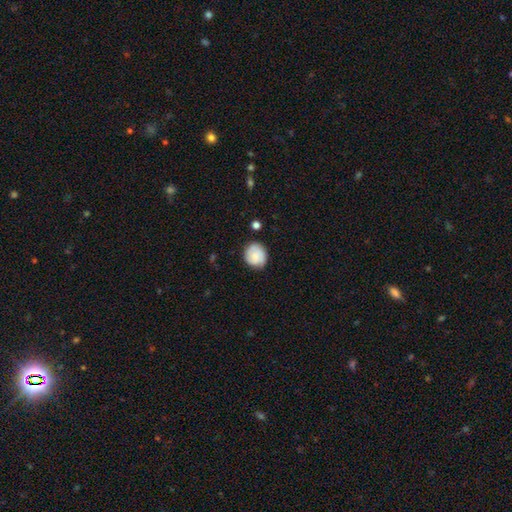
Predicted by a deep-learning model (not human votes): This appears to be a smooth galaxy with no disk features (72%) that is round (81%). Merging: none (77%).